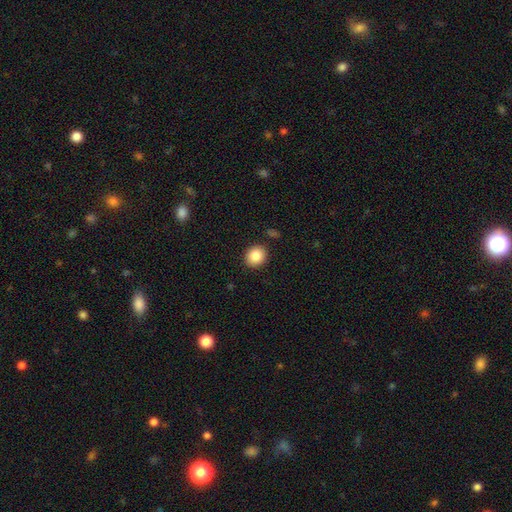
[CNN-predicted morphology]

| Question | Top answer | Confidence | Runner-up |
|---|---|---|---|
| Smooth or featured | smooth | 85% | star or artifact (9%) |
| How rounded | round | 73% | in between (27%) |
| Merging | none | 89% | minor disturbance (7%) |